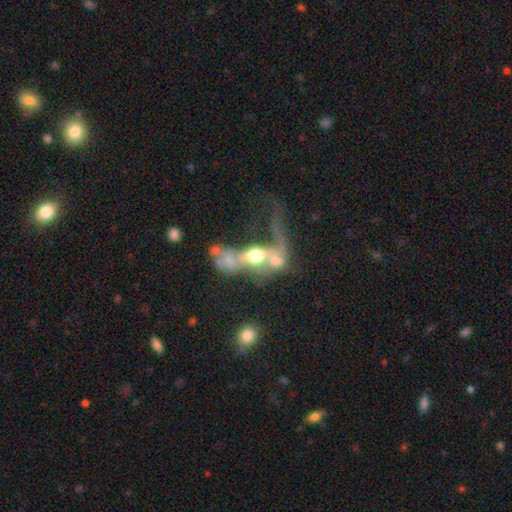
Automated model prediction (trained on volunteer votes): Overall: featured or disk (59%; smooth 29%). Edge-on disk: no (83%). Merging: merger (61%; major disturbance 24%).